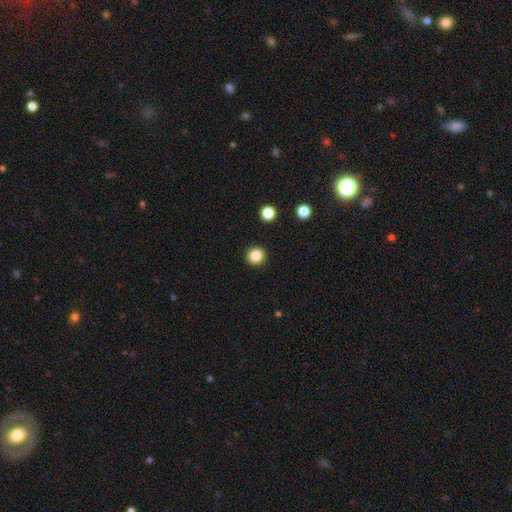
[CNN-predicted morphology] Q: Smooth or featured?
A: smooth (85%); runner-up: star or artifact (11%)
Q: How rounded?
A: round (91%); runner-up: in between (8%)
Q: Merging?
A: none (92%); runner-up: minor disturbance (5%)